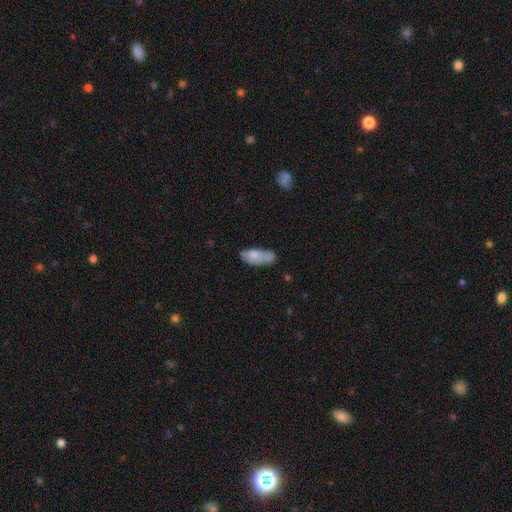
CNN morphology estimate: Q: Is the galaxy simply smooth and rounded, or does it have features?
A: smooth — 71%.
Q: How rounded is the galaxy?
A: in between — 81%.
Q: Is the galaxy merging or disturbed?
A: none — 48%.